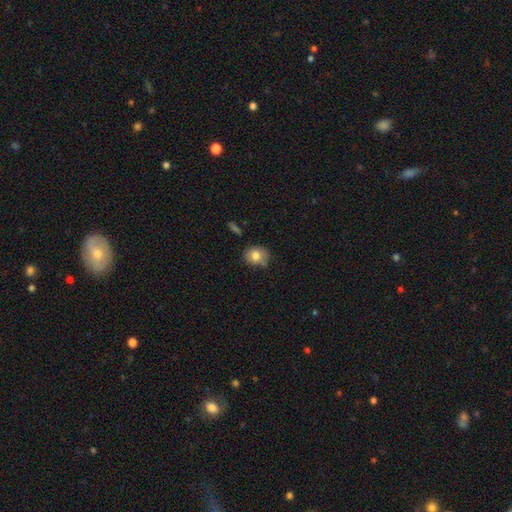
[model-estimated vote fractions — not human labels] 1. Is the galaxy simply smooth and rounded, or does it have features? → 79% smooth, 11% featured or disk, 9% star or artifact.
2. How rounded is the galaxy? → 64% round, 35% in between, 1% cigar-shaped.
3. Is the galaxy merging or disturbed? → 75% none, 18% minor disturbance, 4% merger, 3% major disturbance.